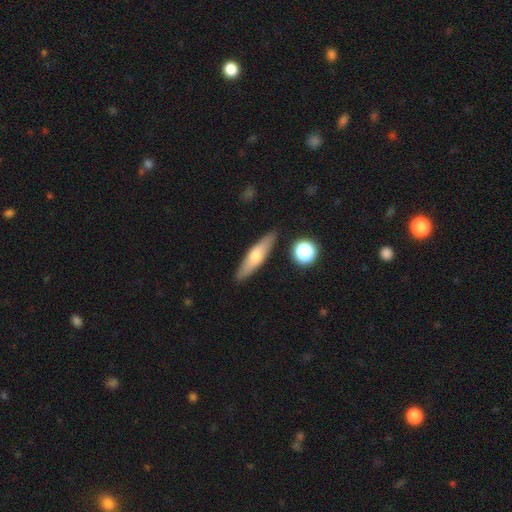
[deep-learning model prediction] Overall: smooth (57%; featured or disk 37%). How rounded: cigar-shaped (70%). Merging: none (87%).